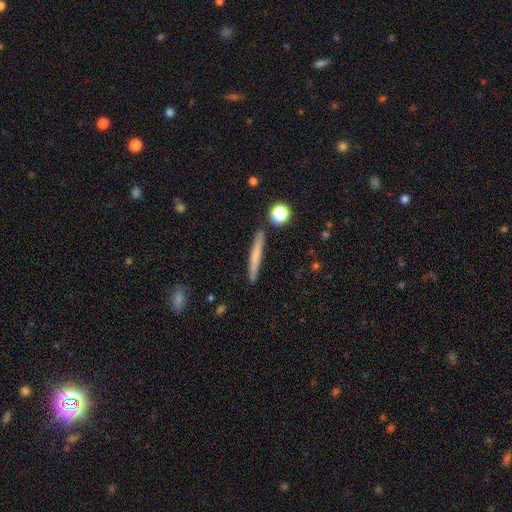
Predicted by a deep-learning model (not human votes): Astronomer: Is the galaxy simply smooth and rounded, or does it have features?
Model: smooth — 60%.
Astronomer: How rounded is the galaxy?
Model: cigar-shaped — 95%.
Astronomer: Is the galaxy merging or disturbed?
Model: none — 90%.